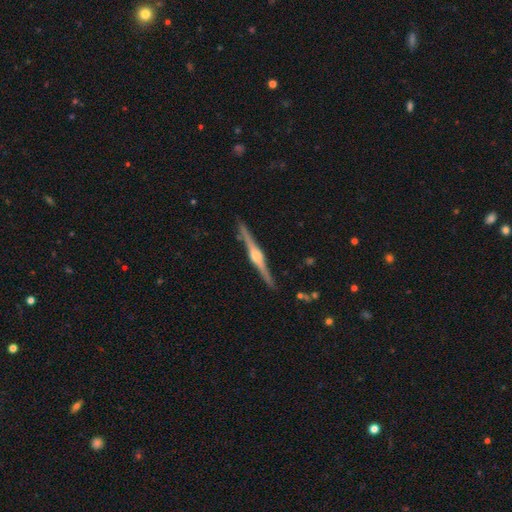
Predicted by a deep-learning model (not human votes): Smooth or featured? featured or disk (86%)
Edge-on disk? yes (99%)
Edge-on bulge? rounded (90%)
Merging? none (91%)